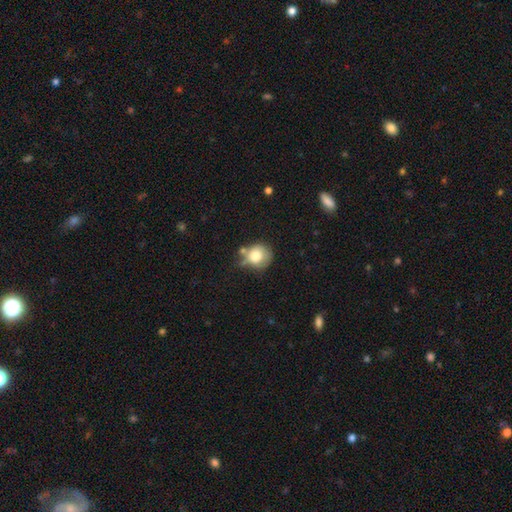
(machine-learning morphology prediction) Smooth or featured: smooth — 76% (featured or disk — 15%)
How rounded: round — 81% (in between — 18%)
Merging: none — 45% (minor disturbance — 28%)